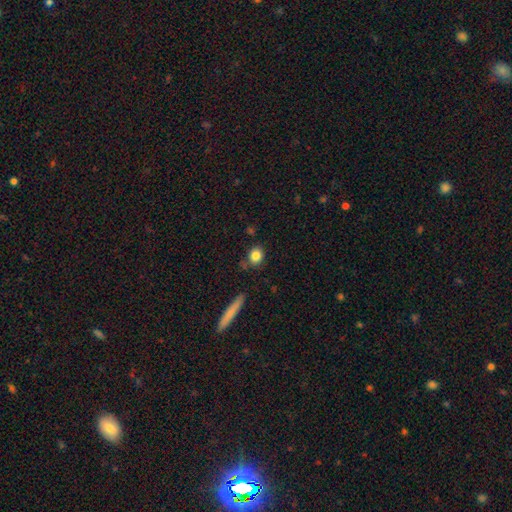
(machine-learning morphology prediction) type=smooth (83%); roundness=round (70%); merging=none (78%).